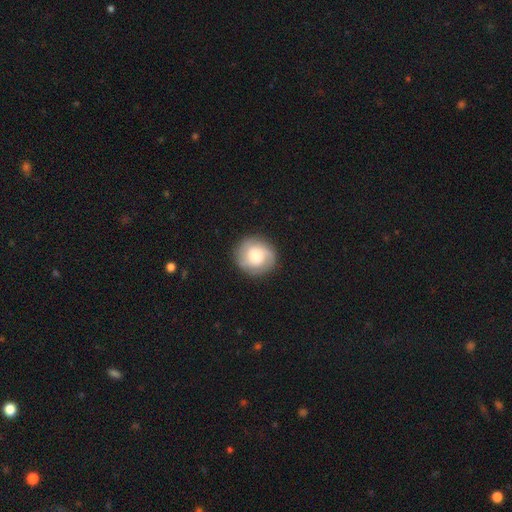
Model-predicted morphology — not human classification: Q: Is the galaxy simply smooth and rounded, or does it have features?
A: featured or disk — 53%.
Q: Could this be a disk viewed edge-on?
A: no — 98%.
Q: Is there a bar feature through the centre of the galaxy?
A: no — 68%.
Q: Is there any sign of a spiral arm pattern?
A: yes — 89%.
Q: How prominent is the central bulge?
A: moderate — 45%.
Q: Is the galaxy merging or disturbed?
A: none — 85%.